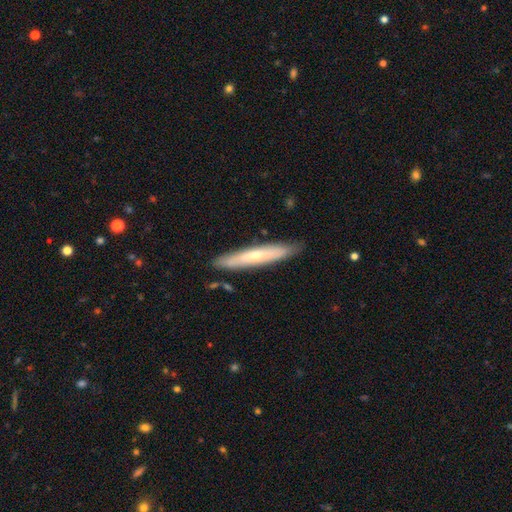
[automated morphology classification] smooth 50%, featured or disk 44%, star or artifact 6%. Down the decision tree: merging — none (86%).